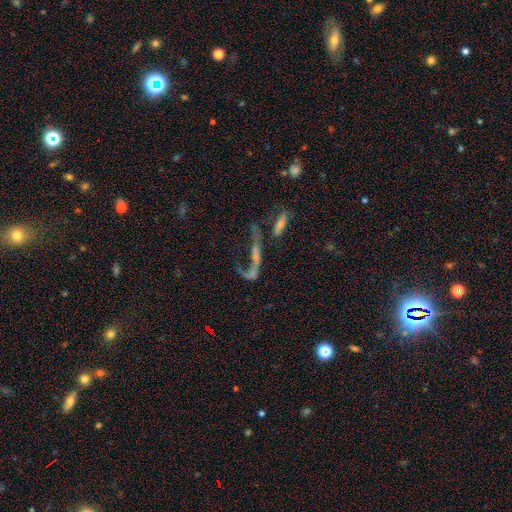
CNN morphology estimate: The model was most divided on "merging": major disturbance: 33%, merger: 32%, none: 25%, minor disturbance: 9%. More confident: edge-on disk — no (80%); smooth or featured — featured or disk (53%).